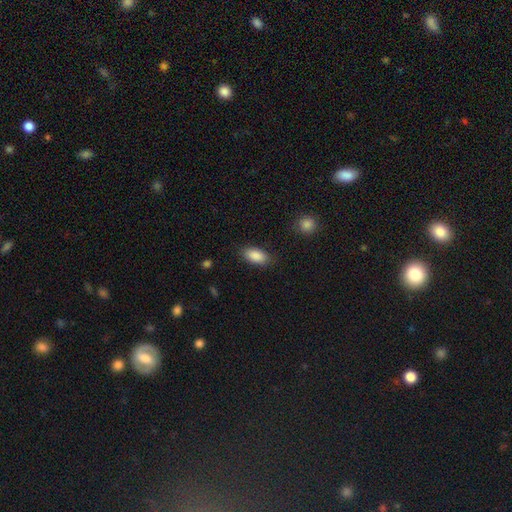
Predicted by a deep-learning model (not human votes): Overall: smooth (89%). How rounded: in between (91%). Merging: none (85%).